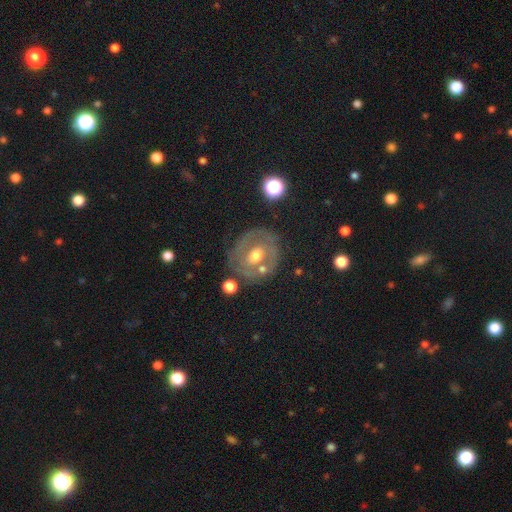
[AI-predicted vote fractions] Smooth or featured? featured or disk (61%)
Edge-on disk? no (95%)
Bar? no (60%)
Spiral arms? no (62%)
Bulge size? moderate (71%)
Merging? none (72%)